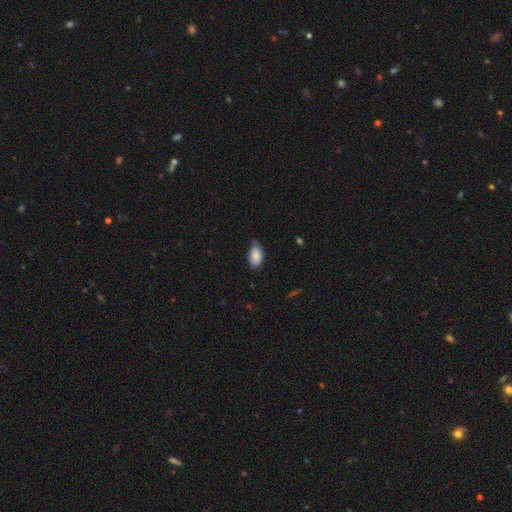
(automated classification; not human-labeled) Q: Smooth or featured?
A: smooth (83%); runner-up: featured or disk (10%)
Q: How rounded?
A: in between (93%); runner-up: round (5%)
Q: Merging?
A: none (62%); runner-up: minor disturbance (30%)